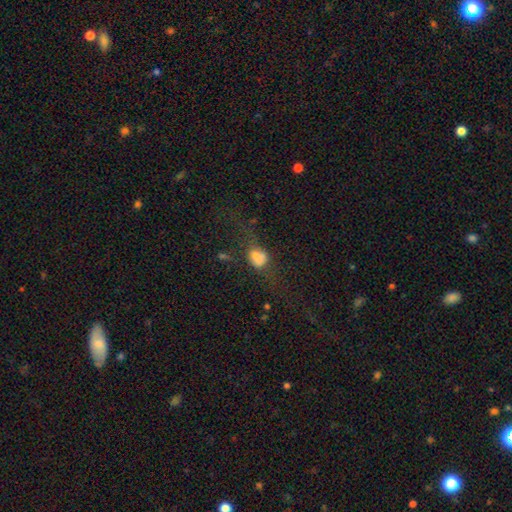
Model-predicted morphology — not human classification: Smooth or featured: smooth — 62% (featured or disk — 21%)
How rounded: in between — 57% (round — 39%)
Merging: major disturbance — 36% (none — 32%)